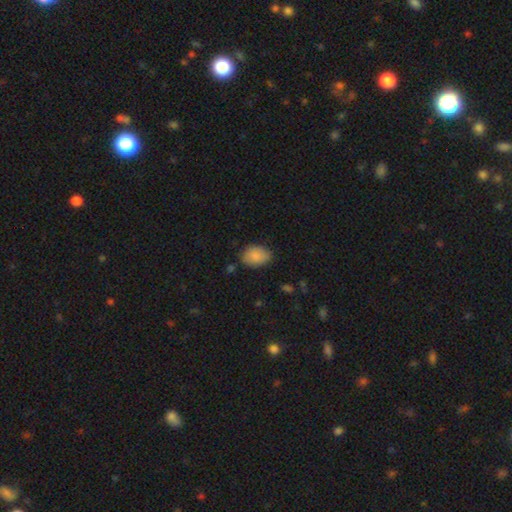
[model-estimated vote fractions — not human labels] Smooth or featured? Predicted: smooth (p=0.87). How rounded? Predicted: in between (p=0.78). Merging? Predicted: none (p=0.75).